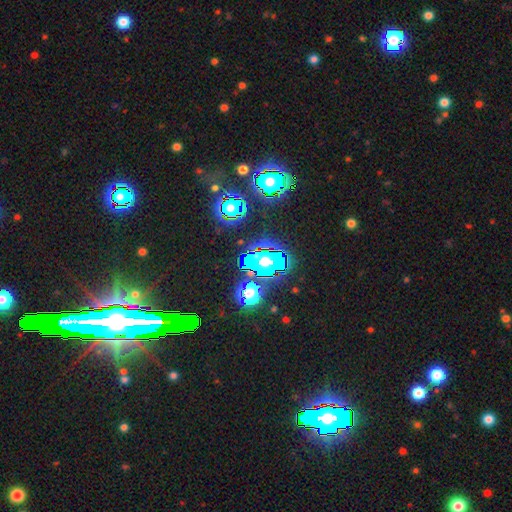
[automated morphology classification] Smooth or featured?
  - star or artifact: 61% *
  - smooth: 24%
  - featured or disk: 15%